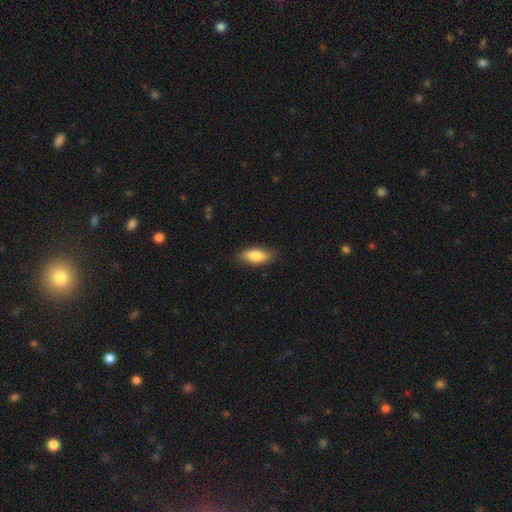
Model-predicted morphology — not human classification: Smooth or featured? smooth (82%)
How rounded? in between (82%)
Merging? none (84%)